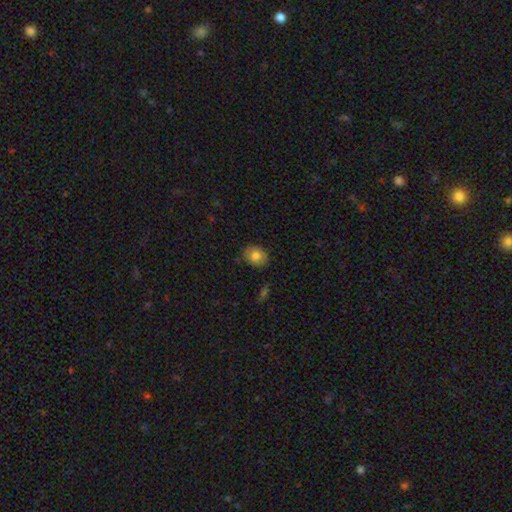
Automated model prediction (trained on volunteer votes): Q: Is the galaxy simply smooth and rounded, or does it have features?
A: smooth — 75%.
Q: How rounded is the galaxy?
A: round — 65%.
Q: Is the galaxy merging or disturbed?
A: none — 80%.